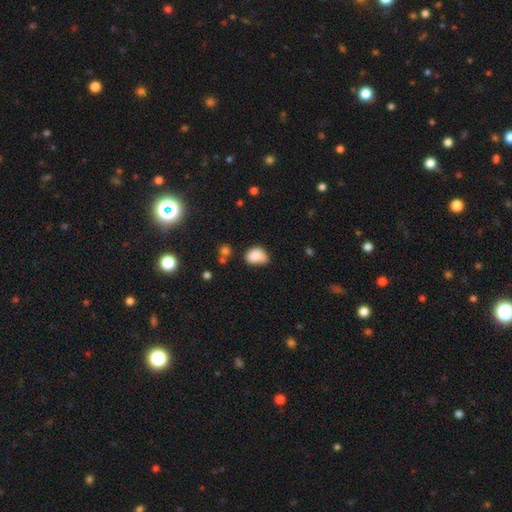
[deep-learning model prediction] Smooth or featured? smooth (83%)
How rounded? in between (63%)
Merging? minor disturbance (41%)